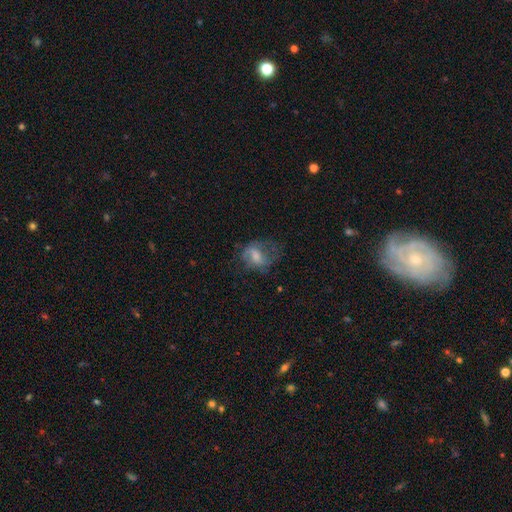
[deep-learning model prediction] Overall: smooth (46%; featured or disk 43%). Merging: none (41%; major disturbance 32%).